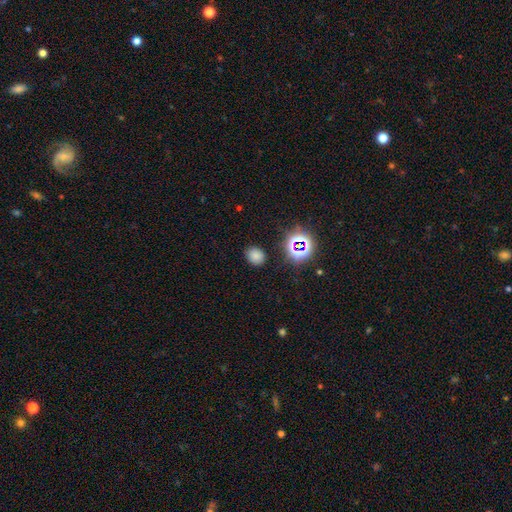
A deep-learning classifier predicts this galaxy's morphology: Smooth or featured? Predicted: smooth (p=0.73). How rounded? Predicted: round (p=0.66). Merging? Predicted: none (p=0.85).